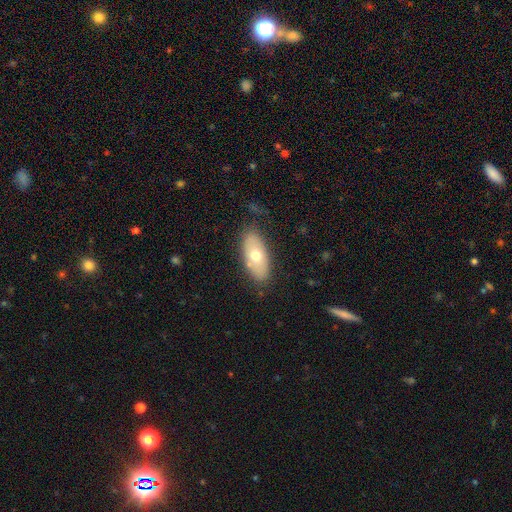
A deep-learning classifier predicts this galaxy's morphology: Smooth or featured? Predicted: smooth (p=0.61). How rounded? Predicted: in between (p=0.87). Merging? Predicted: none (p=0.79).